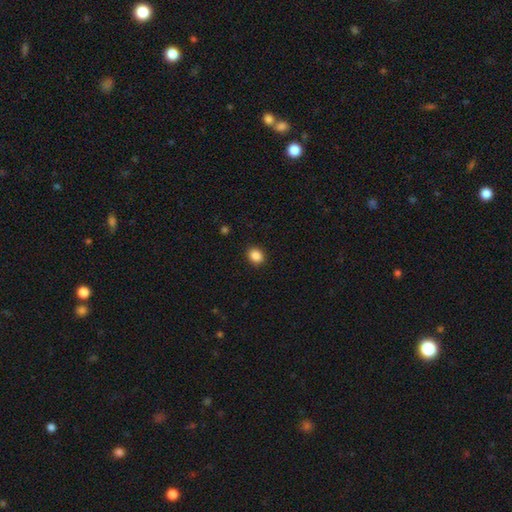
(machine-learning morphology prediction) The model was most divided on "how rounded": round: 65%, in between: 35%, cigar-shaped: 1%. More confident: merging — none (91%); smooth or featured — smooth (88%).